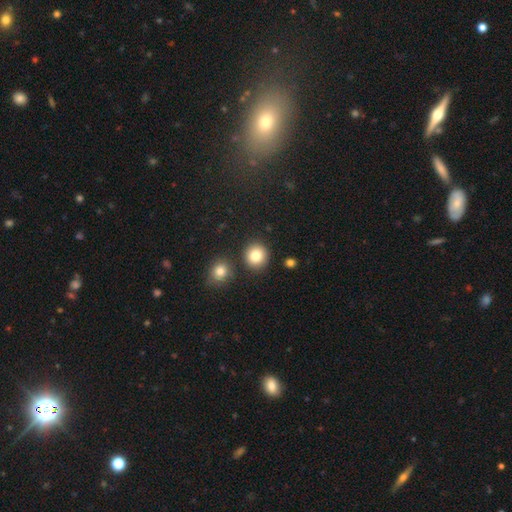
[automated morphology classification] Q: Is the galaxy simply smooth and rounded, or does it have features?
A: smooth — 84%.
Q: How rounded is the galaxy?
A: round — 90%.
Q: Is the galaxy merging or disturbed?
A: none — 85%.